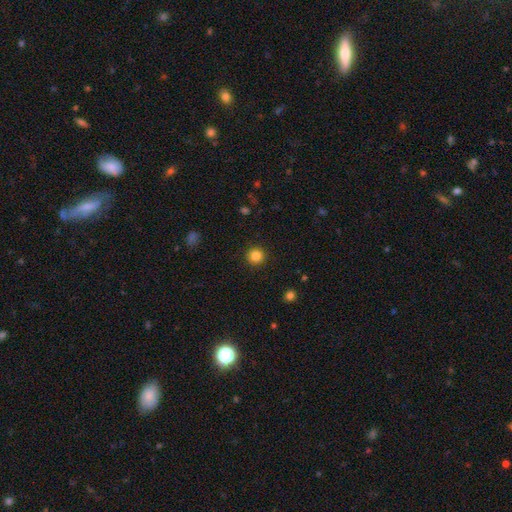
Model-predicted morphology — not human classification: Q: Smooth or featured?
A: smooth (84%); runner-up: star or artifact (11%)
Q: How rounded?
A: round (95%); runner-up: in between (4%)
Q: Merging?
A: none (93%); runner-up: minor disturbance (5%)